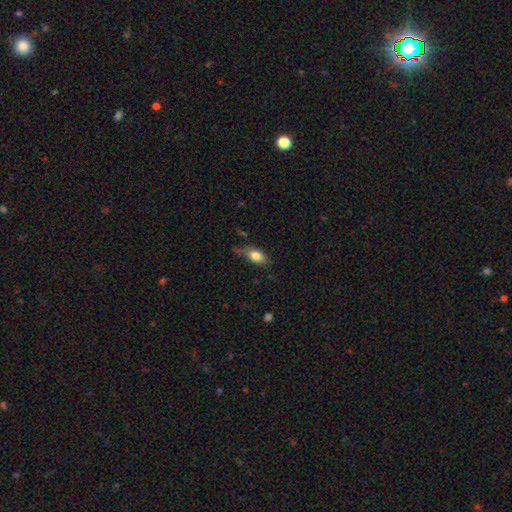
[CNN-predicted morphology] Smooth or featured?
  - smooth: 81% *
  - featured or disk: 11%
  - star or artifact: 8%
How rounded?
  - in between: 85% *
  - round: 9%
  - cigar-shaped: 7%
Merging?
  - none: 56% *
  - minor disturbance: 30%
  - major disturbance: 10%
  - merger: 4%